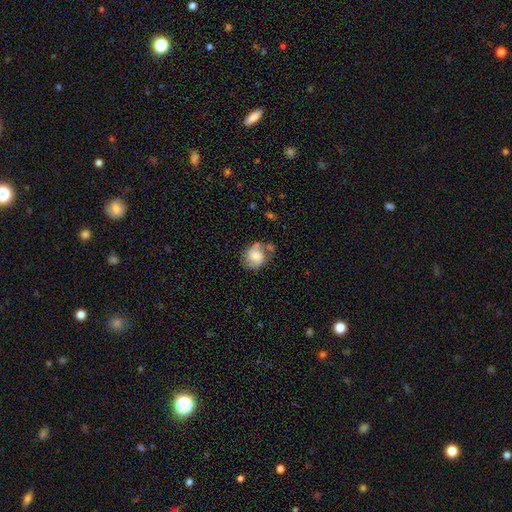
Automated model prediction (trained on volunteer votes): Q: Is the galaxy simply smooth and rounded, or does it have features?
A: featured or disk — 63%.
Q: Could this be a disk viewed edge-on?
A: no — 97%.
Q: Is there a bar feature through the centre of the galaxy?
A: no — 54%.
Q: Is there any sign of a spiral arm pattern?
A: yes — 89%.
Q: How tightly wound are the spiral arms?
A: medium — 48%.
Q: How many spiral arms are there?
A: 2 — 84%.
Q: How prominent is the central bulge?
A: moderate — 53%.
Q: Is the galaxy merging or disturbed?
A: none — 59%.